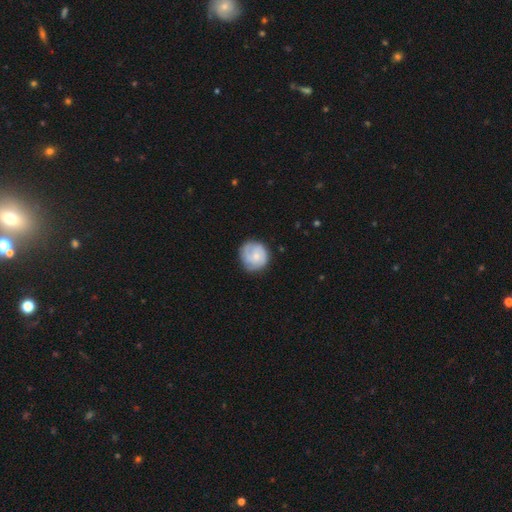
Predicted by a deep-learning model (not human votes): A smooth galaxy with no disk features (49%).

Vote fractions:
- Smooth or featured? smooth: 49% / featured or disk: 45% / star or artifact: 6%
- Merging? none: 76% / minor disturbance: 18% / major disturbance: 5% / merger: 1%